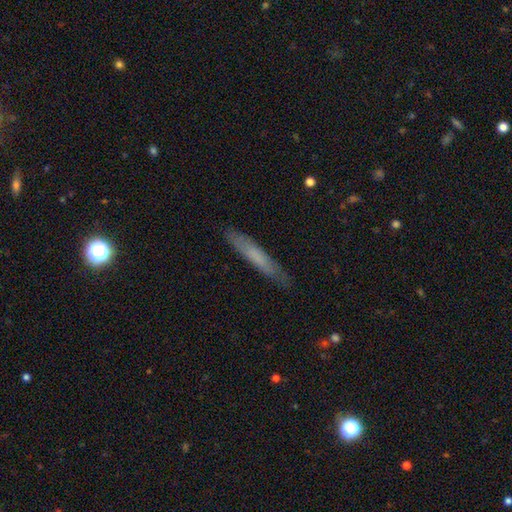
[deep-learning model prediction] A smooth galaxy with no disk features (62%) that is cigar-shaped (92%).

Vote fractions:
- Smooth or featured? smooth: 62% / featured or disk: 31% / star or artifact: 7%
- How rounded? cigar-shaped: 92% / in between: 7% / round: 1%
- Merging? none: 83% / minor disturbance: 13% / major disturbance: 3% / merger: 1%